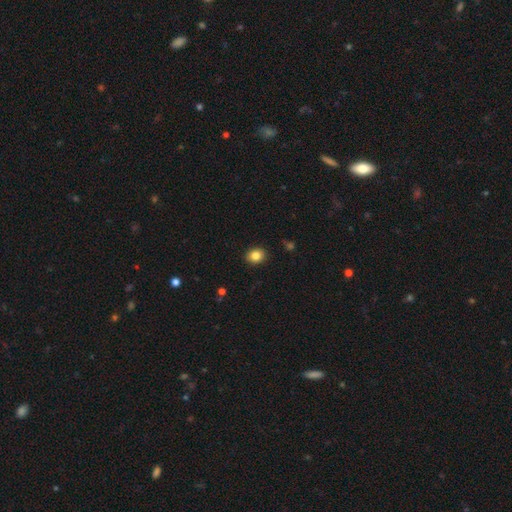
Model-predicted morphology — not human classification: smooth 85%, star or artifact 10%, featured or disk 6%. Down the decision tree: how rounded — round (54%); merging — none (90%).